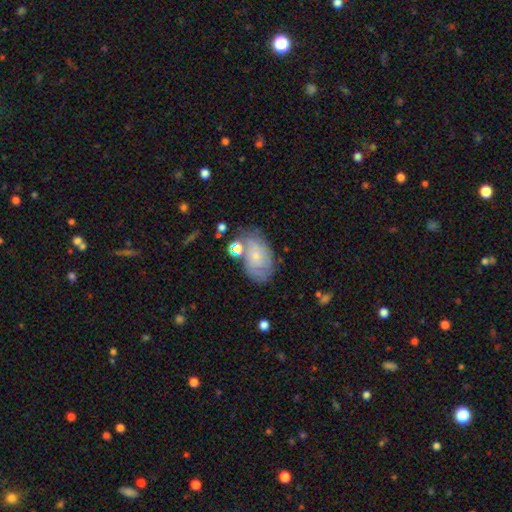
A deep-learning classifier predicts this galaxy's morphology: This is possibly a smooth galaxy (56%). How rounded: clearly in between (88%). Merging: possibly none (58%).